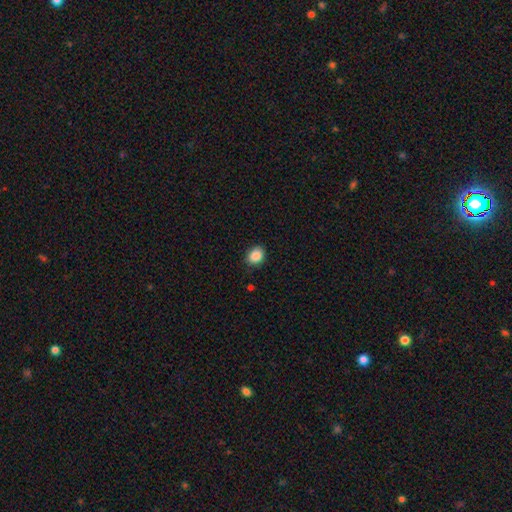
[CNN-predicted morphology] This appears to be a smooth galaxy with no disk features (88%) that is round (50%). Merging: none (86%).